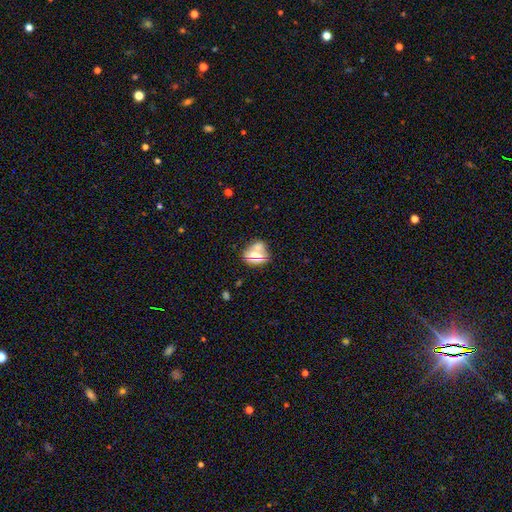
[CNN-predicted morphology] A smooth galaxy with no disk features (59%) that is round (58%).

Vote fractions:
- Smooth or featured? smooth: 59% / featured or disk: 29% / star or artifact: 12%
- How rounded? round: 58% / in between: 38% / cigar-shaped: 3%
- Merging? none: 52% / merger: 30% / minor disturbance: 13% / major disturbance: 6%